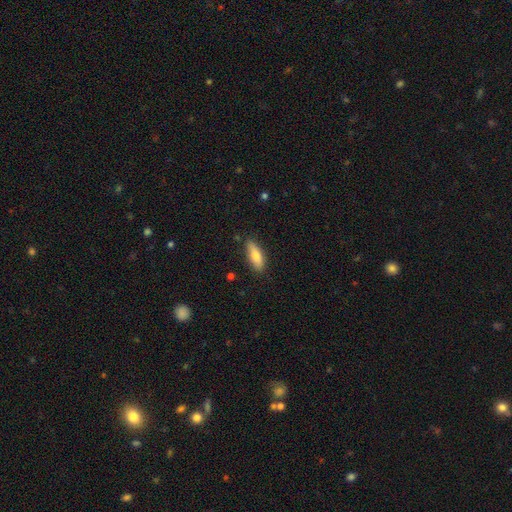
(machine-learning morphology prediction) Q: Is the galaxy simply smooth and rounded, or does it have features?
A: smooth — 76%.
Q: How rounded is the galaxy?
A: in between — 59%.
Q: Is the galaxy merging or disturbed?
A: none — 82%.